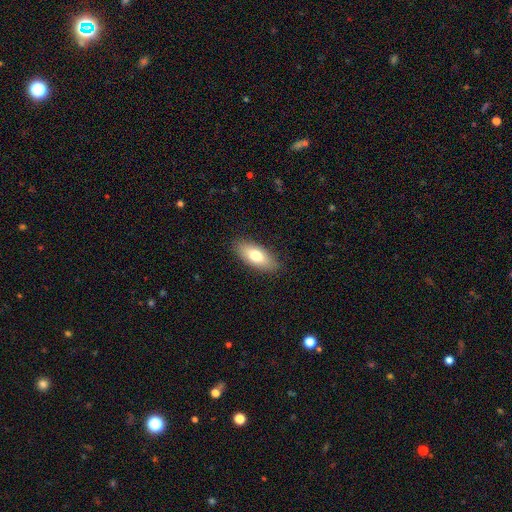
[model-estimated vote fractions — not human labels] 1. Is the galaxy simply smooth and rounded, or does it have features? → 74% smooth, 19% featured or disk, 7% star or artifact.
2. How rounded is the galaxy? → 82% in between, 15% cigar-shaped, 3% round.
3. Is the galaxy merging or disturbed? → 88% none, 9% minor disturbance, 2% major disturbance, 1% merger.